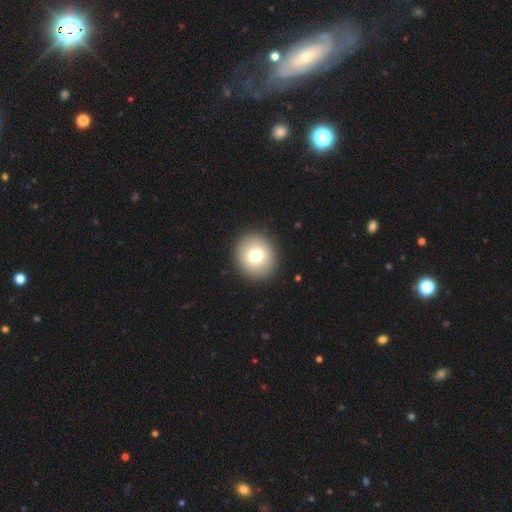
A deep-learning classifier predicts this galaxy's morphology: smooth-or-featured: smooth: 77% | featured or disk: 14% | star or artifact: 9%
  how-rounded: round: 88% | in between: 11% | cigar-shaped: 1%
  merging: none: 92% | minor disturbance: 5% | major disturbance: 2% | merger: 1%